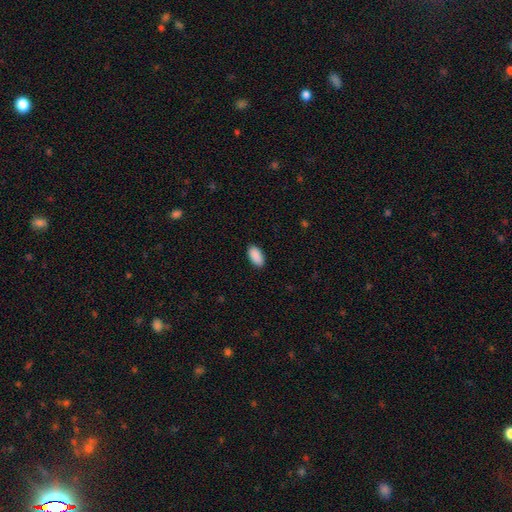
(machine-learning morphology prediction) type=smooth (91%); roundness=in between (94%); merging=none (89%).